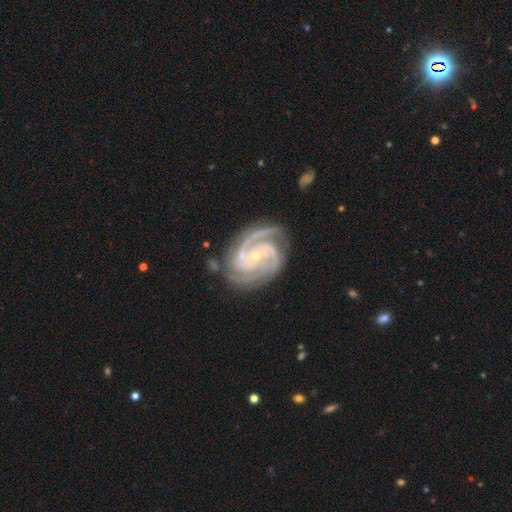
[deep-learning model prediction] smooth_or_featured: featured or disk (p=0.93) [alt: star or artifact p=0.04]
disk_edge_on: no (p=0.98) [alt: yes p=0.02]
bar: no (p=0.60) [alt: weak p=0.26]
has_spiral_arms: yes (p=0.99) [alt: no p=0.01]
spiral_winding: tight (p=0.66) [alt: medium p=0.31]
spiral_arm_count: 3 (p=0.50) [alt: 2 p=0.17]
bulge_size: small (p=0.78) [alt: moderate p=0.19]
merging: none (p=0.74) [alt: minor disturbance p=0.18]